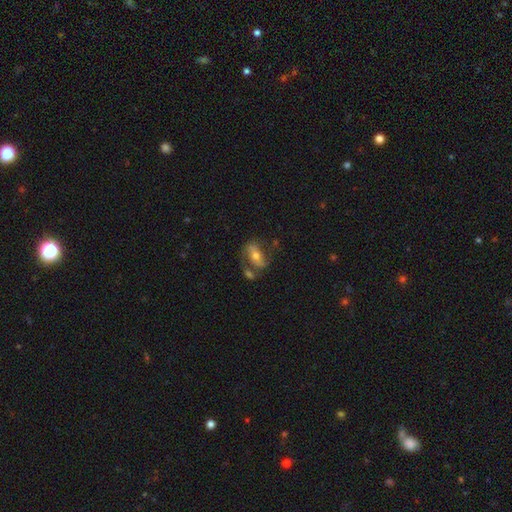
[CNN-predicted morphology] Smooth or featured? featured or disk (56%)
Edge-on disk? no (89%)
Merging? none (48%)